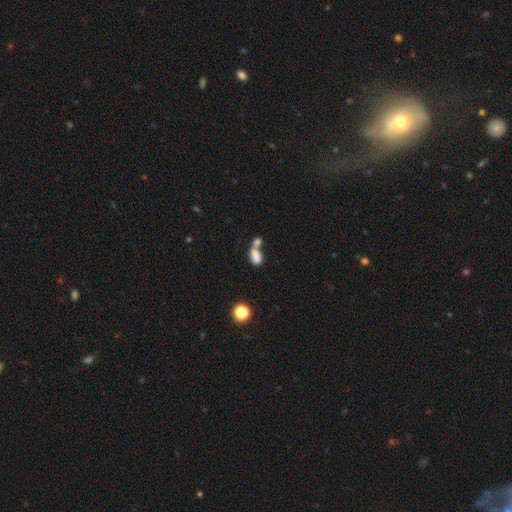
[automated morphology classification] smooth_or_featured: smooth (p=0.73) [alt: featured or disk p=0.15]
how_rounded: in between (p=0.80) [alt: round p=0.16]
merging: merger (p=0.66) [alt: none p=0.18]